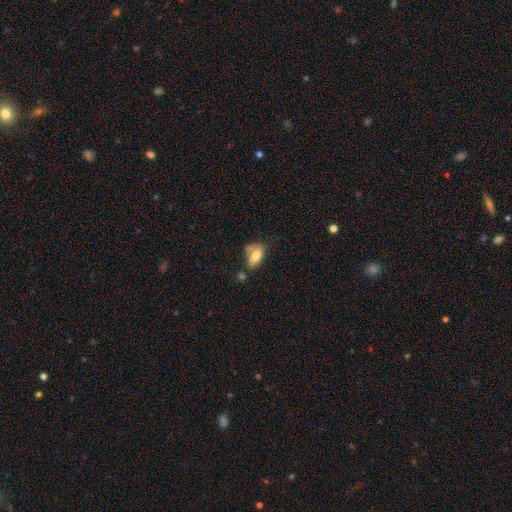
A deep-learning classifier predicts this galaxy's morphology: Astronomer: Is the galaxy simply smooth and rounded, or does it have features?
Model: smooth — 75%.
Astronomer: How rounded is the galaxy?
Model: in between — 88%.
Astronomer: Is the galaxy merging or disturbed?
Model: none — 35% (runner-up: minor disturbance, 29%).